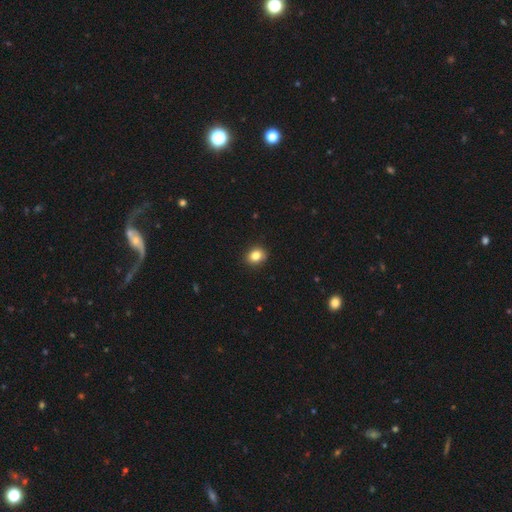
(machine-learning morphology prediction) This is clearly a smooth galaxy (83%). How rounded: likely round (65%). Merging: clearly none (90%).